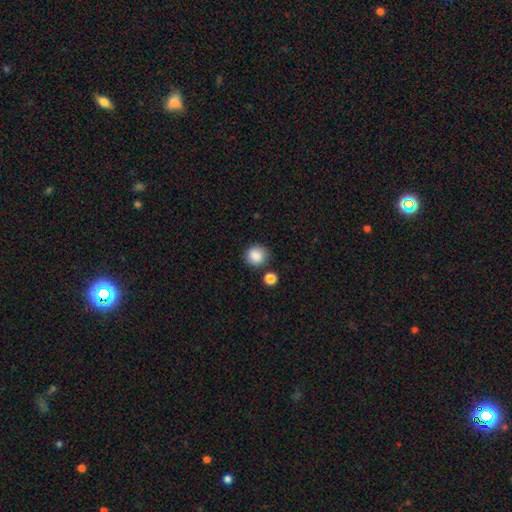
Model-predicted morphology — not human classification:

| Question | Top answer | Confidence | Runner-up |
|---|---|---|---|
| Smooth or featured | smooth | 88% | star or artifact (9%) |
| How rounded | round | 90% | in between (9%) |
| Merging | none | 83% | minor disturbance (9%) |